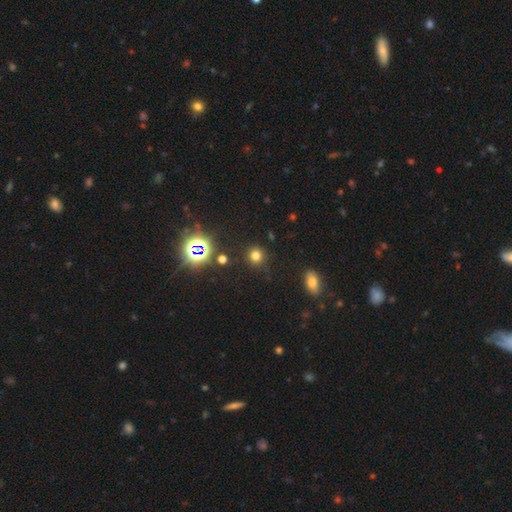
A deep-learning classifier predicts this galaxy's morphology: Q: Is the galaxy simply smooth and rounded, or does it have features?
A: smooth — 72%.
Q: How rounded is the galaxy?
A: round — 90%.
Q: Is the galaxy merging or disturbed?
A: none — 87%.